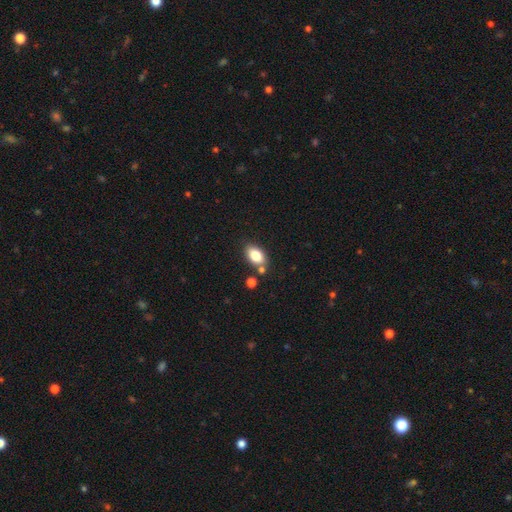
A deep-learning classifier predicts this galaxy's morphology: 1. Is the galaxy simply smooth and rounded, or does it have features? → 82% smooth, 9% featured or disk, 9% star or artifact.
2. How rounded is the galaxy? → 87% in between, 11% round, 2% cigar-shaped.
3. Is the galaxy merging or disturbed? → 73% none, 13% minor disturbance, 12% merger, 3% major disturbance.